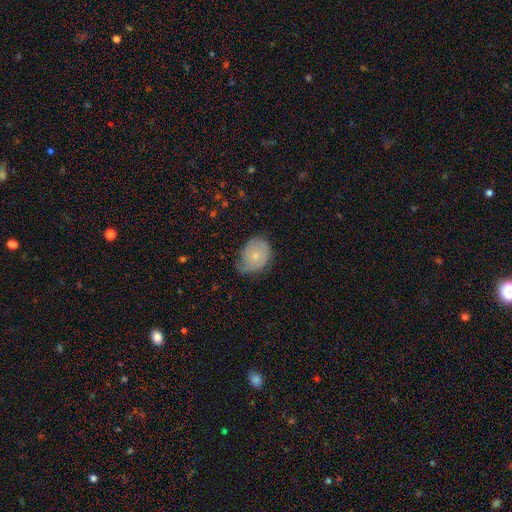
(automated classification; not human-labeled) smooth-or-featured: smooth: 58% | featured or disk: 35% | star or artifact: 7%
  how-rounded: in between: 58% | round: 41% | cigar-shaped: 1%
  merging: none: 44% | minor disturbance: 41% | major disturbance: 14% | merger: 2%